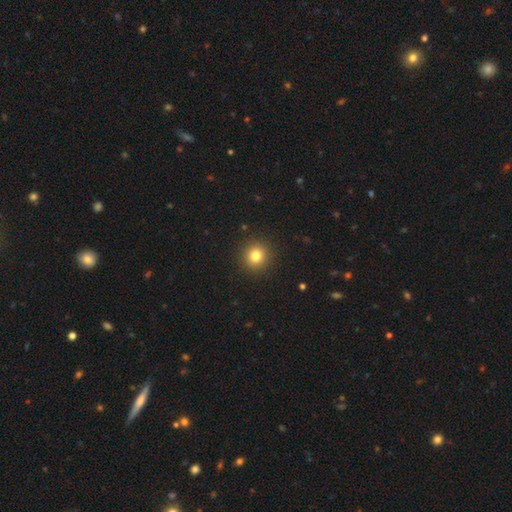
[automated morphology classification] Q: Smooth or featured?
A: smooth (81%); runner-up: star or artifact (12%)
Q: How rounded?
A: round (92%); runner-up: in between (7%)
Q: Merging?
A: none (92%); runner-up: minor disturbance (5%)